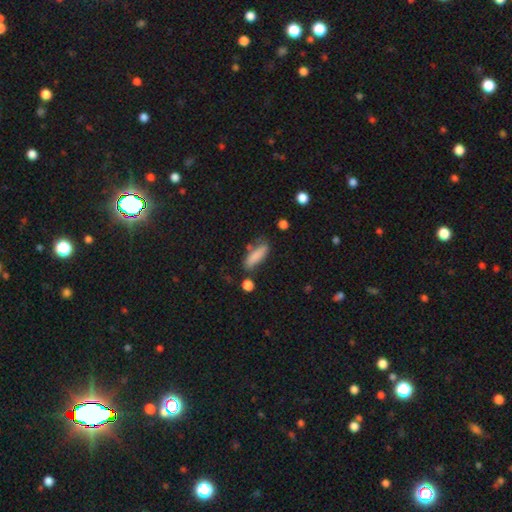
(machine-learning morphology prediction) smooth_or_featured: smooth (p=0.83) [alt: featured or disk p=0.09]
how_rounded: cigar-shaped (p=0.49) [alt: in between p=0.48]
merging: none (p=0.65) [alt: minor disturbance p=0.22]